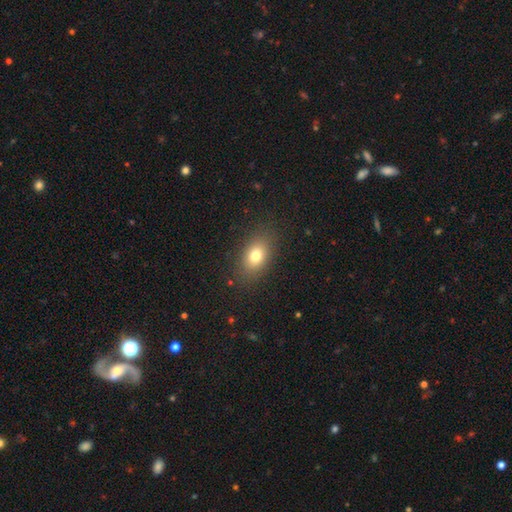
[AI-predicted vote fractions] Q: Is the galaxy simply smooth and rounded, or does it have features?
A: smooth — 77%.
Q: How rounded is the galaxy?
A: in between — 80%.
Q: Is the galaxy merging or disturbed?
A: none — 85%.